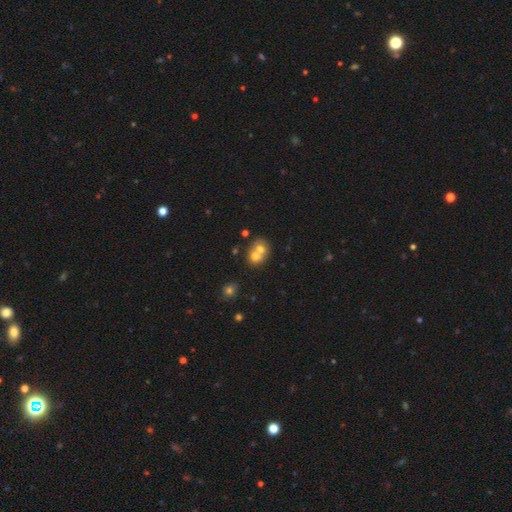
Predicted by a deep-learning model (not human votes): smooth 64%, featured or disk 26%, star or artifact 10%. Down the decision tree: how rounded — round (65%); merging — merger (65%).